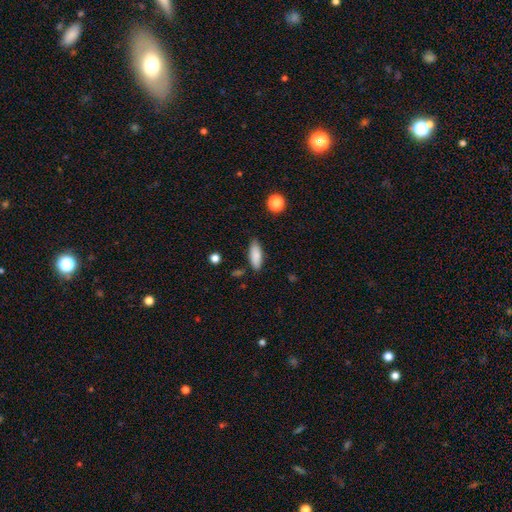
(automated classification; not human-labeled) smooth 85%, featured or disk 8%, star or artifact 7%. Down the decision tree: how rounded — in between (65%); merging — none (83%).